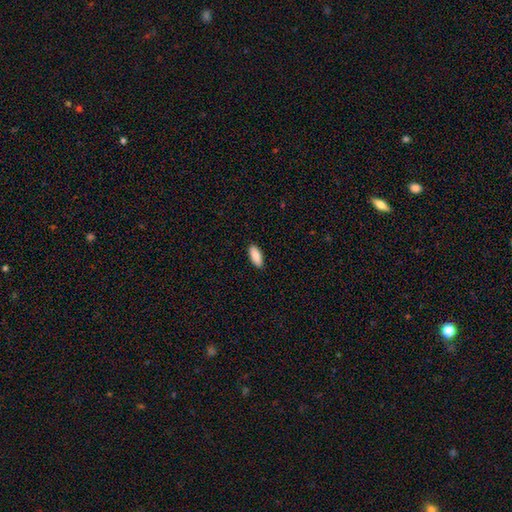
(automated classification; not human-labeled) Overall: smooth (90%). How rounded: in between (82%). Merging: none (90%).